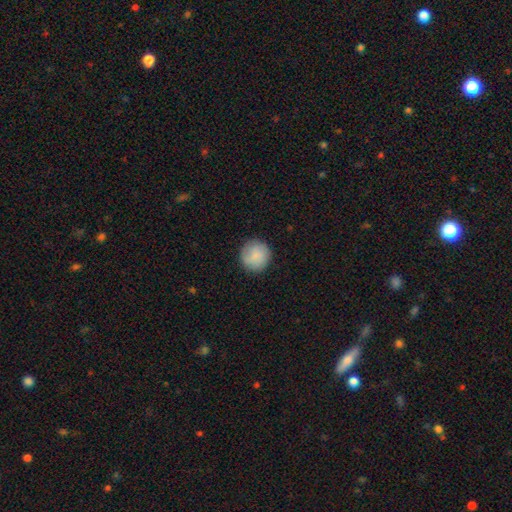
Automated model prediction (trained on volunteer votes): This appears to be a smooth galaxy with no disk features (86%) that is round (94%). Merging: none (88%).